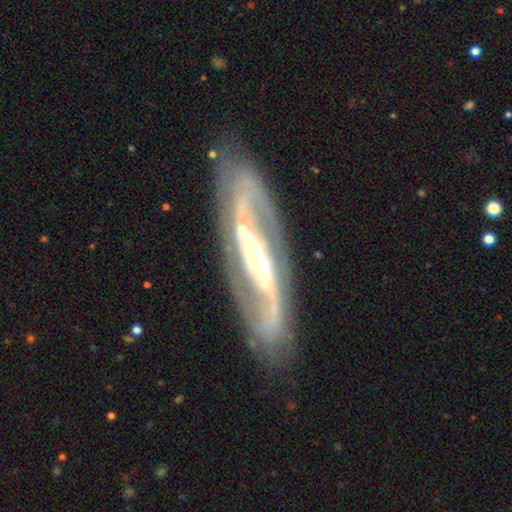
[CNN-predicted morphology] Smooth or featured? Predicted: featured or disk (p=0.89). Edge-on disk? Predicted: no (p=0.88). Bar? Predicted: strong (p=0.55). Spiral arms? Predicted: yes (p=0.95). Spiral winding? Predicted: medium (p=0.51). Spiral arm count? Predicted: 2 (p=0.90). Bulge size? Predicted: small (p=0.48). Merging? Predicted: none (p=0.80).